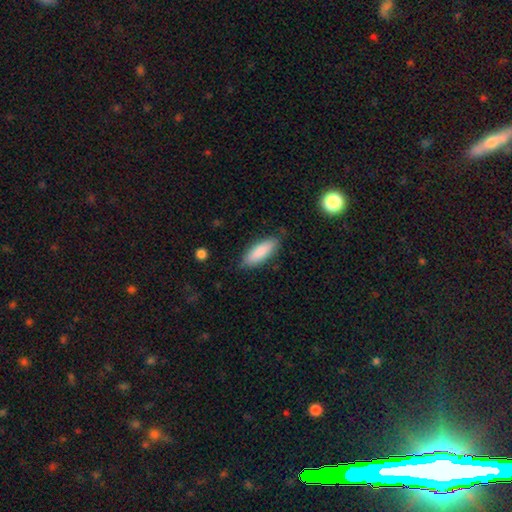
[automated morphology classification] Smooth or featured? smooth (86%)
How rounded? in between (58%)
Merging? none (84%)